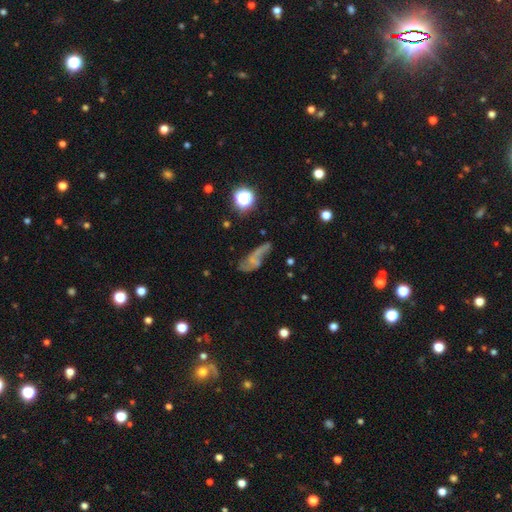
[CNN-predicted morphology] Smooth or featured?
  - featured or disk: 50% *
  - smooth: 29%
  - star or artifact: 21%
Merging?
  - none: 47% *
  - minor disturbance: 23%
  - major disturbance: 22%
  - merger: 9%